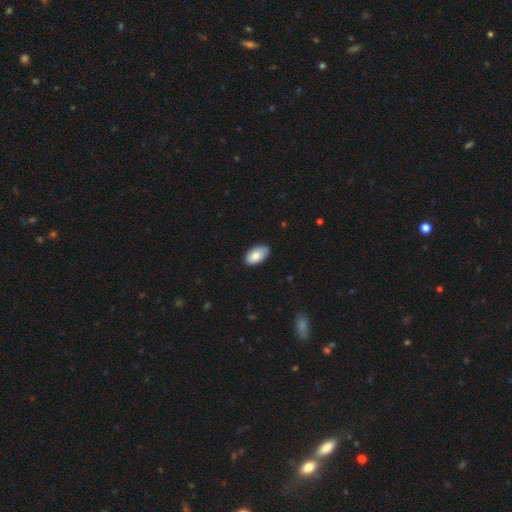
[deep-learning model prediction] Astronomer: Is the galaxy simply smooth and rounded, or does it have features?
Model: smooth — 83%.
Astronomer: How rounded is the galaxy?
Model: in between — 95%.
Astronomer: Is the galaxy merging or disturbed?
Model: none — 79%.